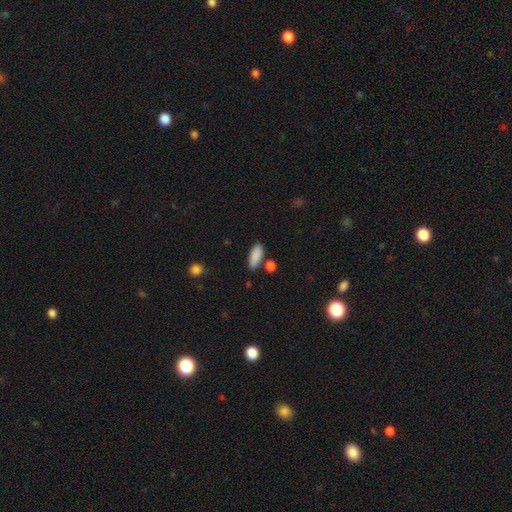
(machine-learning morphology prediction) smooth-or-featured: smooth: 88% | star or artifact: 7% | featured or disk: 5%
  how-rounded: in between: 75% | cigar-shaped: 22% | round: 3%
  merging: none: 73% | minor disturbance: 14% | merger: 9% | major disturbance: 4%